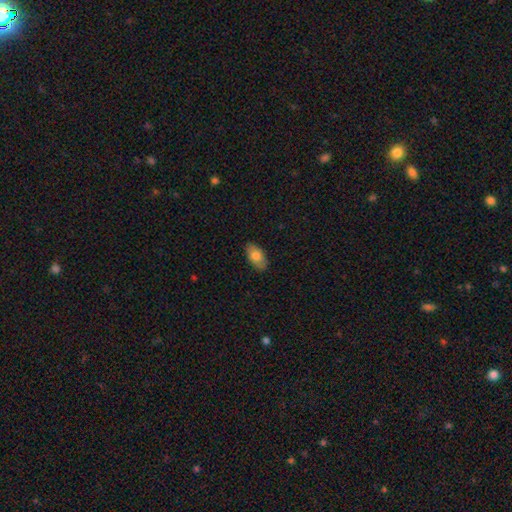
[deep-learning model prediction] smooth-or-featured: smooth: 78% | featured or disk: 15% | star or artifact: 7%
  how-rounded: in between: 92% | round: 4% | cigar-shaped: 4%
  merging: none: 87% | minor disturbance: 10% | major disturbance: 2% | merger: 1%